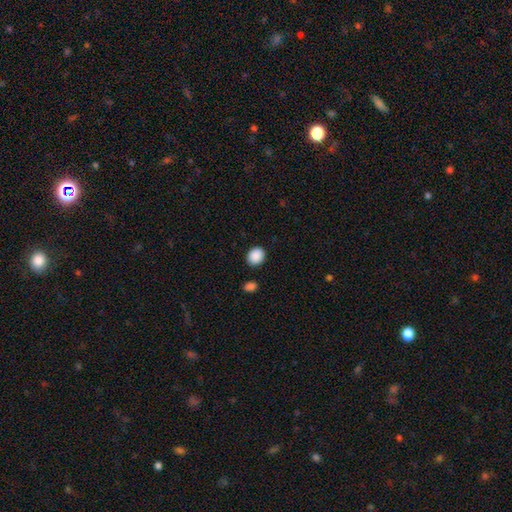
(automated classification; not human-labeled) Smooth or featured?
  - smooth: 90% *
  - star or artifact: 8%
  - featured or disk: 2%
How rounded?
  - round: 68% *
  - in between: 31%
  - cigar-shaped: 1%
Merging?
  - none: 88% *
  - minor disturbance: 7%
  - merger: 3%
  - major disturbance: 2%